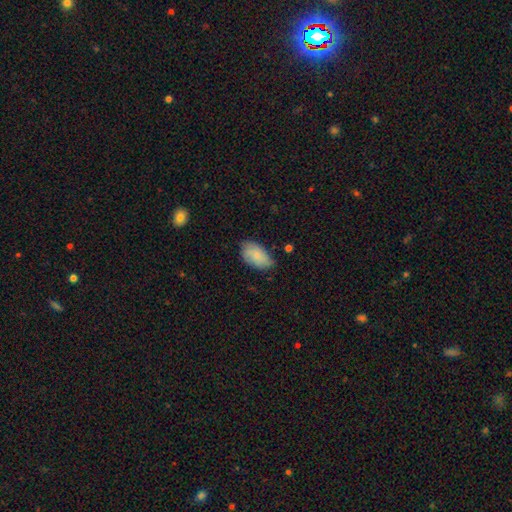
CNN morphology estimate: Overall: smooth (73%). How rounded: in between (93%). Merging: none (69%).